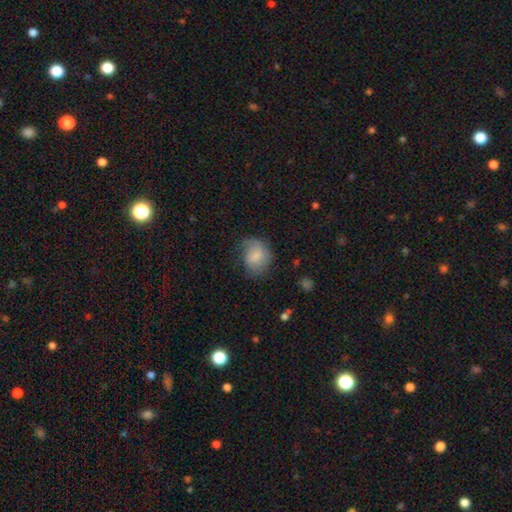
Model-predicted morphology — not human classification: This appears to be a smooth galaxy with no disk features (75%) that is round (52%). Merging: none (51%).